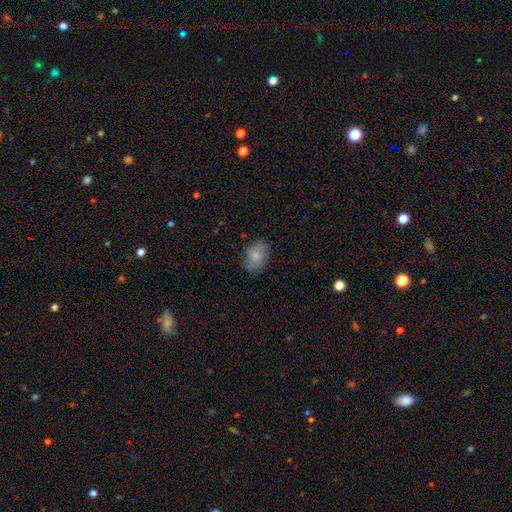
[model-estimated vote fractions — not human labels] Morphology: type=smooth (76%); roundness=in between (71%); merging=none (75%).